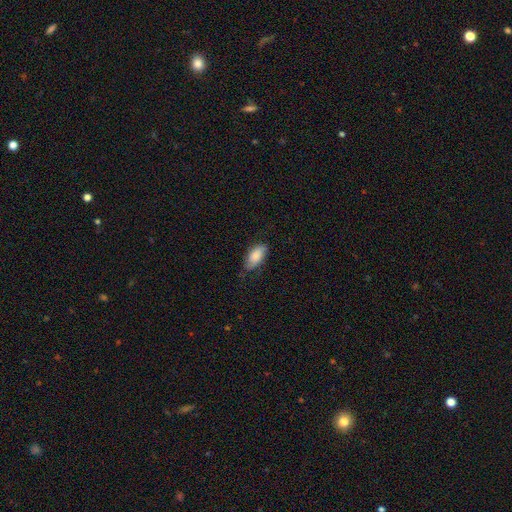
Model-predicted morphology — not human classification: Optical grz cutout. It shows a smooth galaxy with no disk features (77%) that is in between round and cigar-shaped (90%). Merging: none (64%).